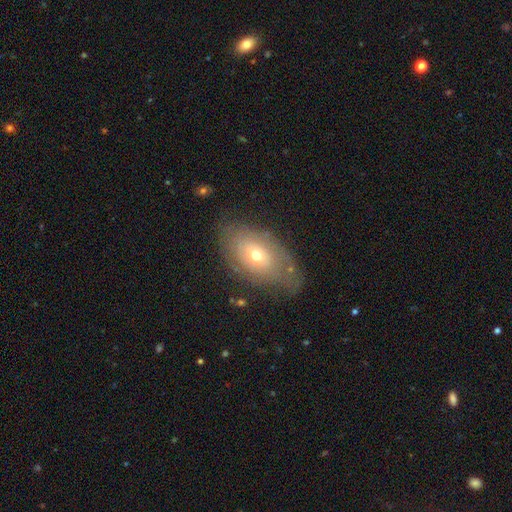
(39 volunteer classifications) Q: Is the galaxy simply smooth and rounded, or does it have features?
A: featured or disk — 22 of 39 (56%).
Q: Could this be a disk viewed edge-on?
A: no — 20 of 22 (91%).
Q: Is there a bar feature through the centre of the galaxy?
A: no — 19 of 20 (95%).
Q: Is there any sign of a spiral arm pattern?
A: yes — 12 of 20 (60%).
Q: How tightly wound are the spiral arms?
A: tight — 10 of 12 (83%).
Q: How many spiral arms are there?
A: can't tell — 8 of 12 (67%).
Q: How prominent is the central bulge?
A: moderate — 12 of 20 (60%).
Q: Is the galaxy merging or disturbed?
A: none — 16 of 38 (42%).